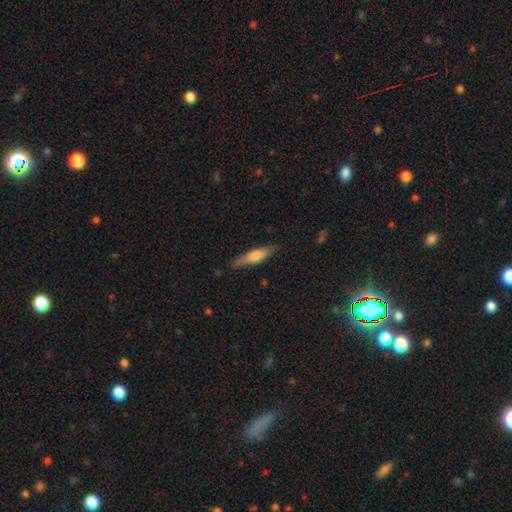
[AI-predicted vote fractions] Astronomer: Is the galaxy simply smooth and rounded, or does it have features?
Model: smooth — 54% (runner-up: featured or disk, 40%).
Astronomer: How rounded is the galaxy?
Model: cigar-shaped — 79%.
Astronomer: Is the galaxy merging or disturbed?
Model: none — 85%.